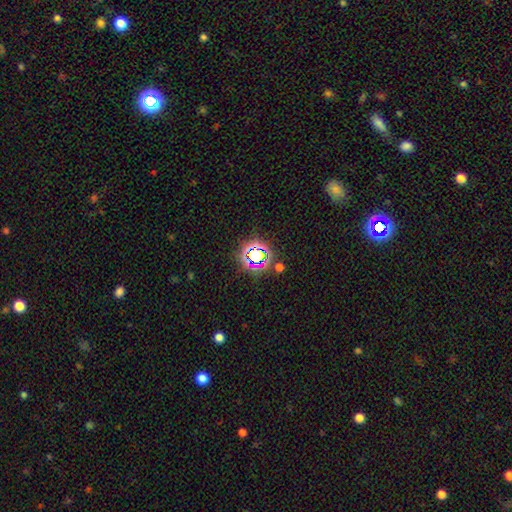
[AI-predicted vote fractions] Morphology: type=star or artifact (64%).